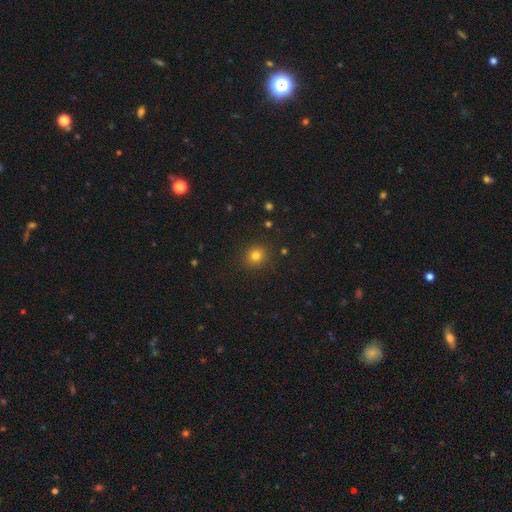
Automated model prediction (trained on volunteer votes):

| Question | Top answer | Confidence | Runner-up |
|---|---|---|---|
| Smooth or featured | smooth | 80% | star or artifact (15%) |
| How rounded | round | 91% | in between (8%) |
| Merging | none | 90% | minor disturbance (7%) |